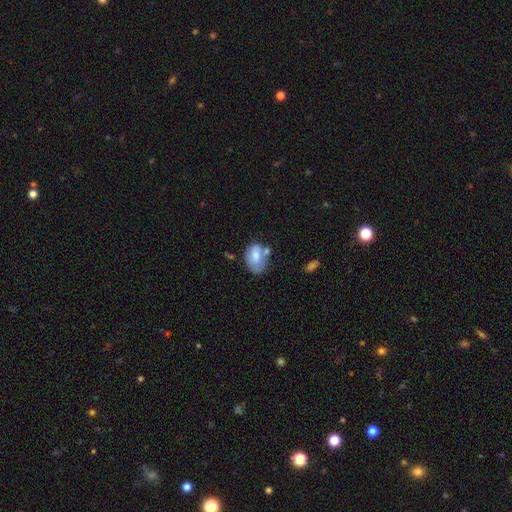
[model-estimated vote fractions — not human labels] Smooth or featured?
  - smooth: 69% *
  - featured or disk: 23%
  - star or artifact: 8%
How rounded?
  - in between: 83% *
  - round: 15%
  - cigar-shaped: 1%
Merging?
  - none: 42% *
  - minor disturbance: 27%
  - merger: 19%
  - major disturbance: 12%